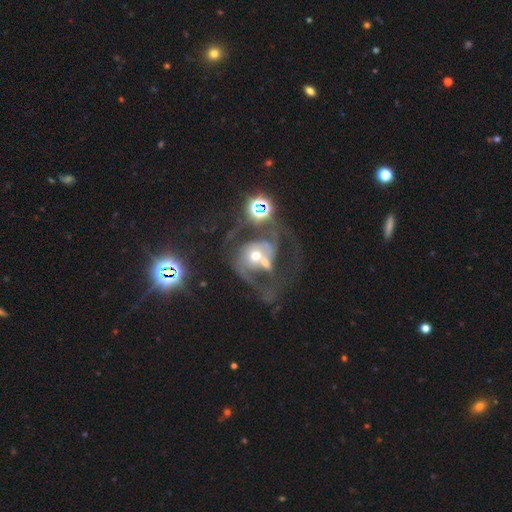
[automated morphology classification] A featured or disk galaxy (66%) with no bar (77%), spiral arms (67%) and a moderate central bulge (63%). Merging: merger (50%).